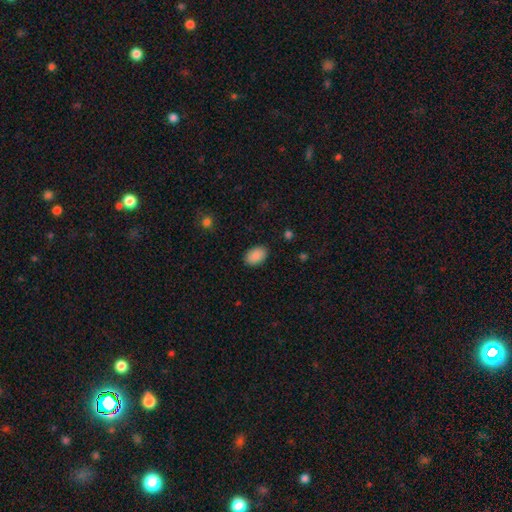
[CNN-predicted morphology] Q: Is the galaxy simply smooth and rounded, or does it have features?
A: smooth — 90%.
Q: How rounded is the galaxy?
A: in between — 89%.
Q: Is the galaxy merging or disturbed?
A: none — 88%.